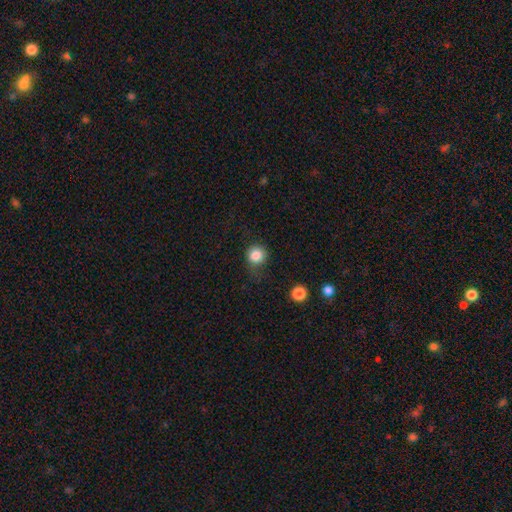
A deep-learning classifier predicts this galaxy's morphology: Q: Smooth or featured?
A: smooth (84%); runner-up: star or artifact (10%)
Q: How rounded?
A: round (88%); runner-up: in between (11%)
Q: Merging?
A: none (61%); runner-up: minor disturbance (26%)